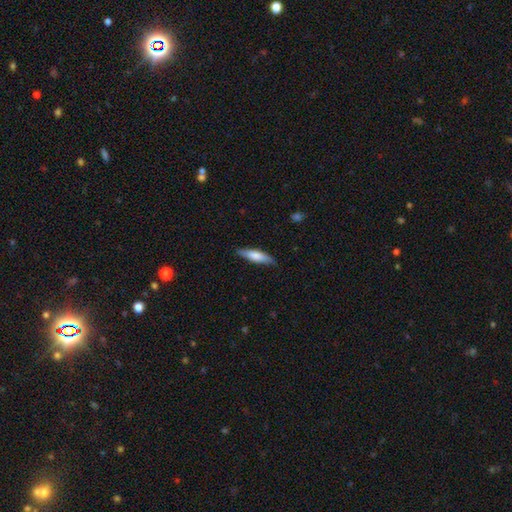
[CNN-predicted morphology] Q: Smooth or featured?
A: smooth (69%); runner-up: featured or disk (25%)
Q: How rounded?
A: cigar-shaped (71%); runner-up: in between (27%)
Q: Merging?
A: none (82%); runner-up: minor disturbance (14%)